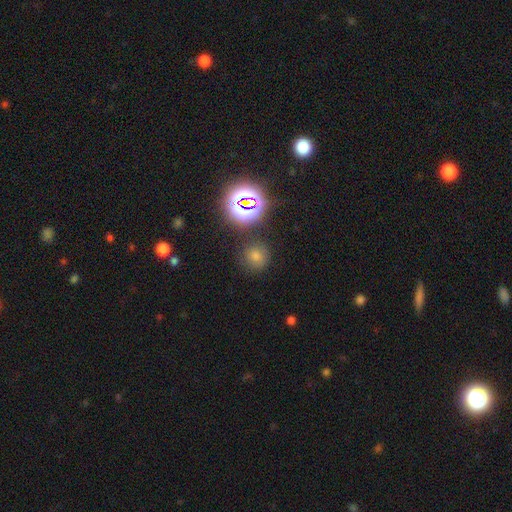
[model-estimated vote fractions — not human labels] Morphology: type=smooth (58%); roundness=round (92%); merging=none (86%).